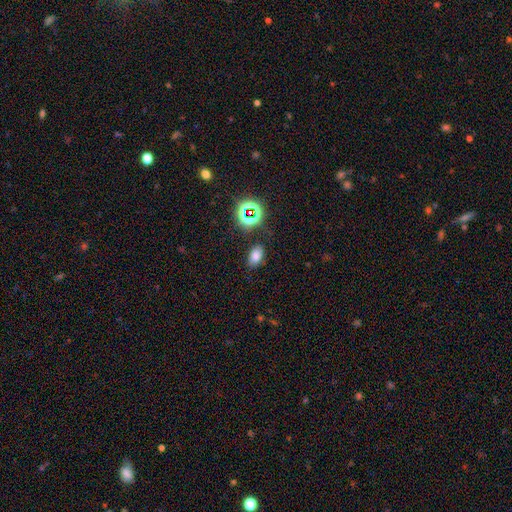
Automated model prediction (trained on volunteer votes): The model was most divided on "smooth or featured": smooth: 69%, star or artifact: 21%, featured or disk: 9%. More confident: how rounded — in between (88%); merging — none (82%).